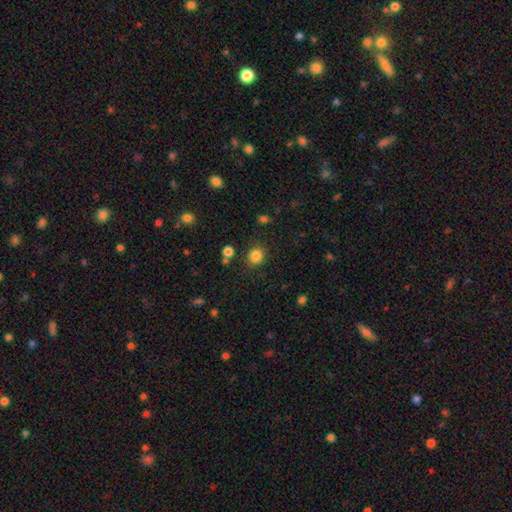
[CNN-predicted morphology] smooth 84%, star or artifact 12%, featured or disk 4%. Down the decision tree: how rounded — round (79%); merging — none (84%).